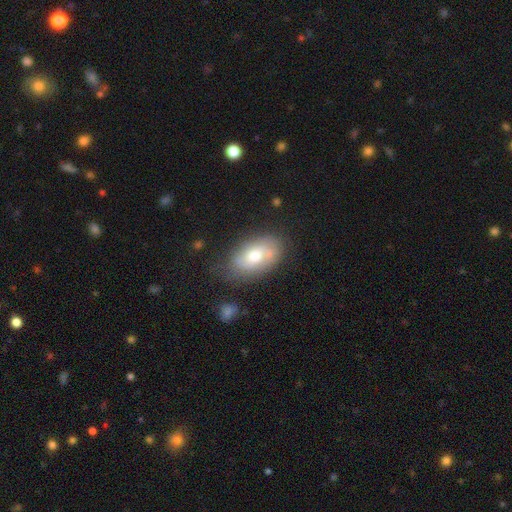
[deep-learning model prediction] This is possibly a smooth galaxy (49%). Merging: likely none (67%).